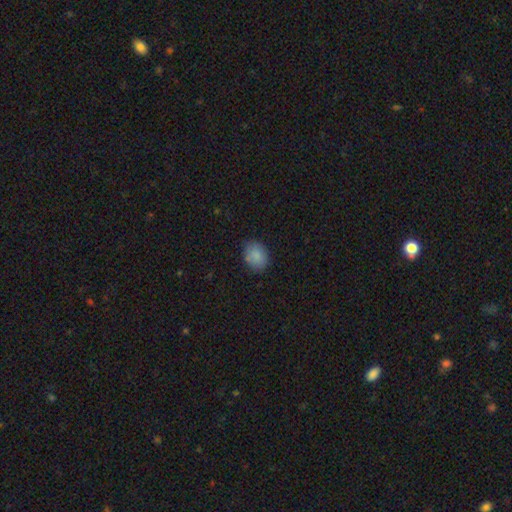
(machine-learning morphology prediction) smooth_or_featured: smooth (p=0.87) [alt: star or artifact p=0.08]
how_rounded: in between (p=0.66) [alt: round p=0.33]
merging: none (p=0.80) [alt: minor disturbance p=0.15]